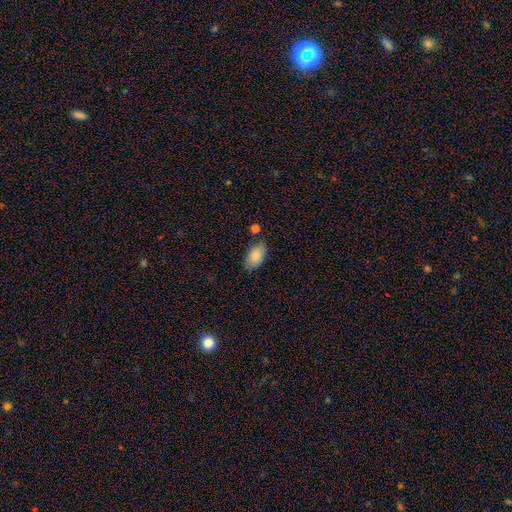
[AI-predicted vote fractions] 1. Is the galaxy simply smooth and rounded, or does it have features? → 84% smooth, 9% featured or disk, 7% star or artifact.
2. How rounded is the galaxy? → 92% in between, 6% round, 2% cigar-shaped.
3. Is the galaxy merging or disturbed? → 75% none, 17% minor disturbance, 5% merger, 4% major disturbance.